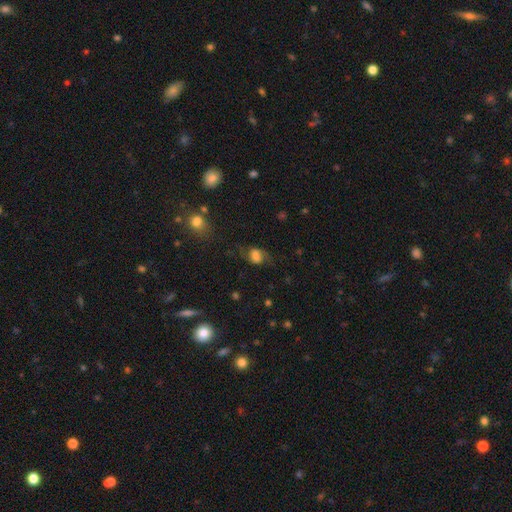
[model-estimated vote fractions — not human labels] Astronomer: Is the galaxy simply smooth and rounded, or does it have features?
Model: smooth — 48% (runner-up: featured or disk, 39%).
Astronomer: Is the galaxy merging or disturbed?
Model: none — 59%.